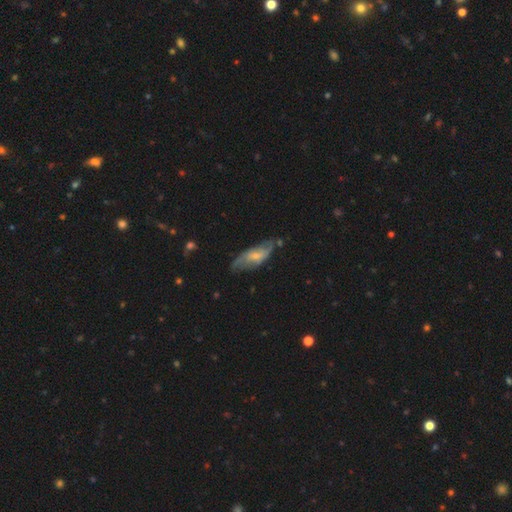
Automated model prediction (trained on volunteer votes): This appears to be a featured or disk galaxy (55%). Merging: none (56%).